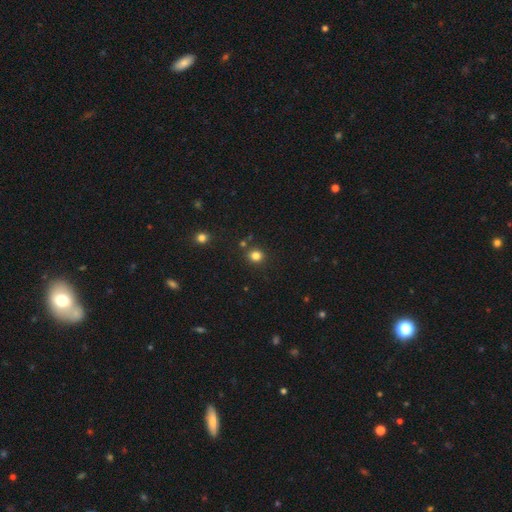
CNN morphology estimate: smooth_or_featured: smooth (p=0.81) [alt: star or artifact p=0.14]
how_rounded: round (p=0.84) [alt: in between p=0.15]
merging: none (p=0.84) [alt: minor disturbance p=0.08]